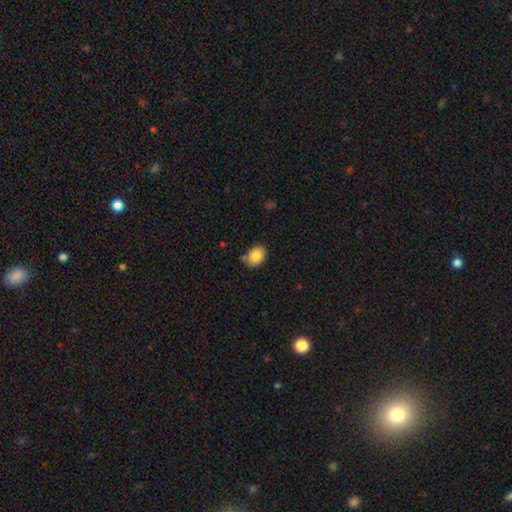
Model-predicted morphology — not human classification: Overall: smooth (85%). How rounded: in between (73%). Merging: none (74%).